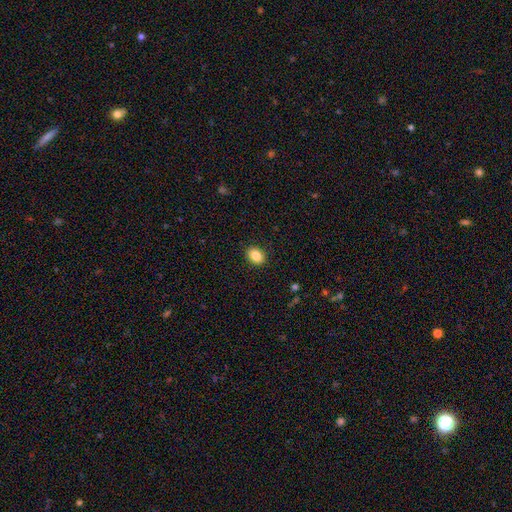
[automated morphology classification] Smooth or featured: smooth — 87% (star or artifact — 9%)
How rounded: in between — 66% (round — 33%)
Merging: none — 90% (minor disturbance — 7%)